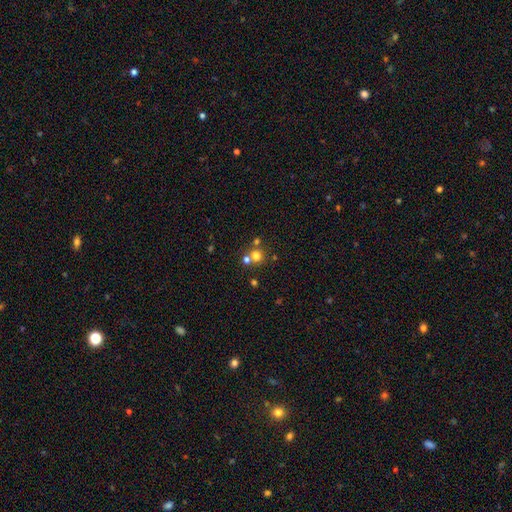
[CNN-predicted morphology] Q: Smooth or featured?
A: smooth (70%); runner-up: star or artifact (19%)
Q: How rounded?
A: round (88%); runner-up: in between (11%)
Q: Merging?
A: none (57%); runner-up: merger (34%)